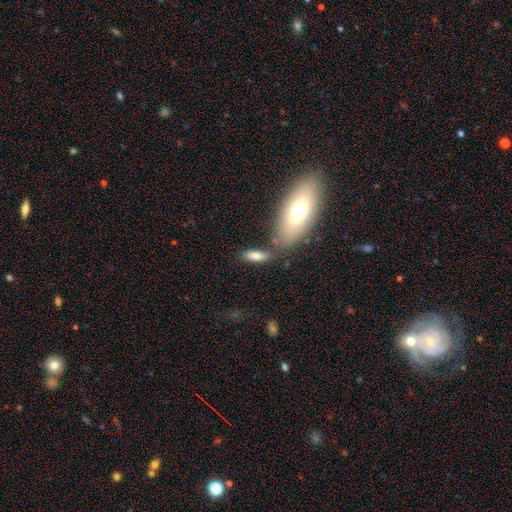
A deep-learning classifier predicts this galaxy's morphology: This is likely a smooth galaxy (78%). How rounded: likely in between (66%). Merging: possibly none (56%).